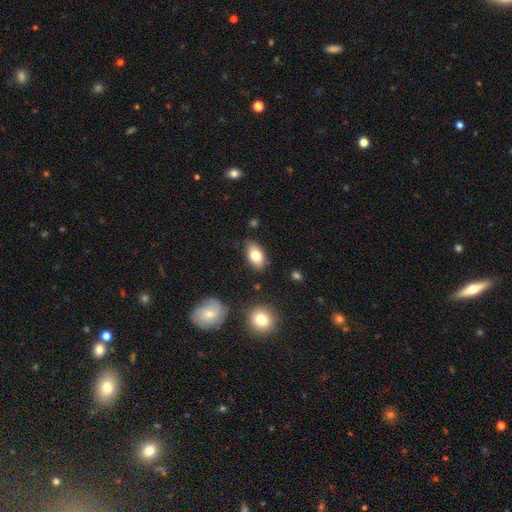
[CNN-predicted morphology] This is likely a smooth galaxy (78%). How rounded: clearly in between (90%). Merging: clearly none (84%).